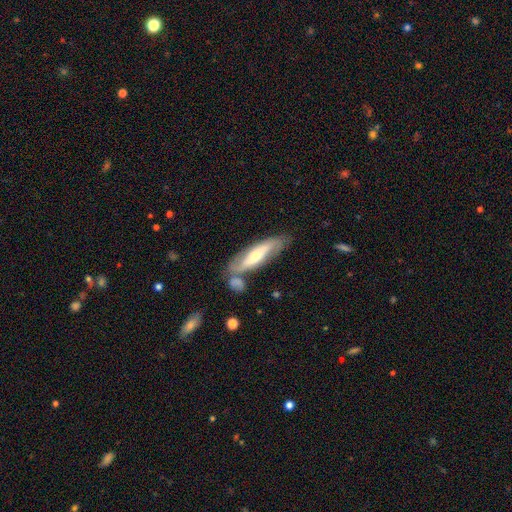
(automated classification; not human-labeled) This appears to be a featured or disk galaxy (55%). Merging: none (64%).